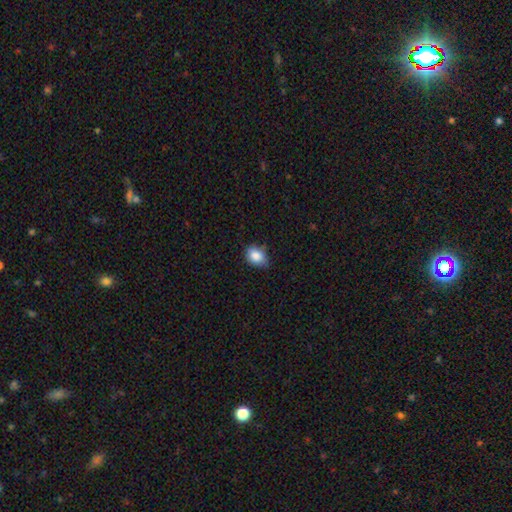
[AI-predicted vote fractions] Q: Smooth or featured?
A: smooth (86%); runner-up: star or artifact (9%)
Q: How rounded?
A: in between (62%); runner-up: round (37%)
Q: Merging?
A: none (65%); runner-up: minor disturbance (30%)